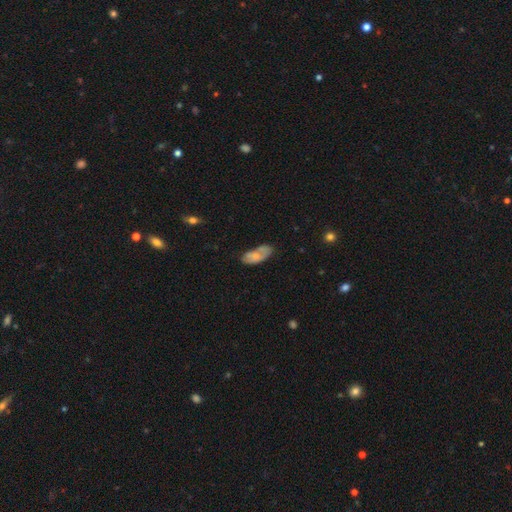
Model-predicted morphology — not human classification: Smooth or featured? Predicted: smooth (p=0.68). How rounded? Predicted: in between (p=0.86). Merging? Predicted: none (p=0.51).